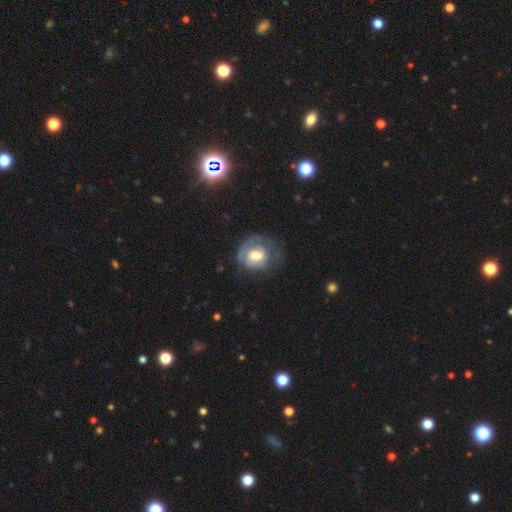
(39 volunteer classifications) featured or disk 62%, smooth 28%, star or artifact 10%. Down the decision tree: edge-on disk — no (100%); bar — no (67%); spiral arms — yes (79%); spiral arm count — can't tell (53%); spiral winding — tight (63%); bulge size — large (46%); merging — none (54%).